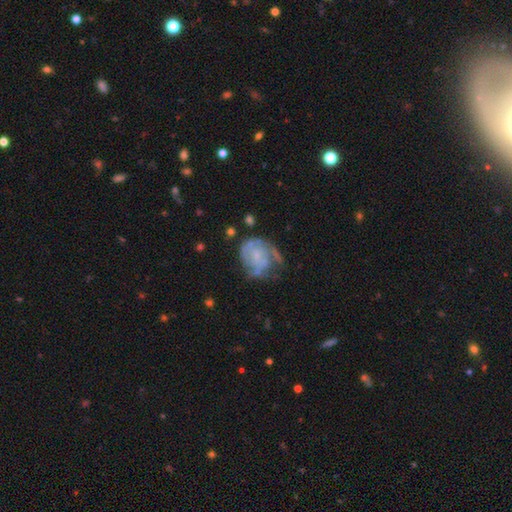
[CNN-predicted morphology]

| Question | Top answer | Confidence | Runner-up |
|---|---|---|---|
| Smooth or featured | featured or disk | 65% | smooth (26%) |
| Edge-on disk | no | 98% | yes (2%) |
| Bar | no | 75% | weak (21%) |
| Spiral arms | yes | 61% | no (39%) |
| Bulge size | small | 47% | none (29%) |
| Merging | none | 41% | minor disturbance (27%) |